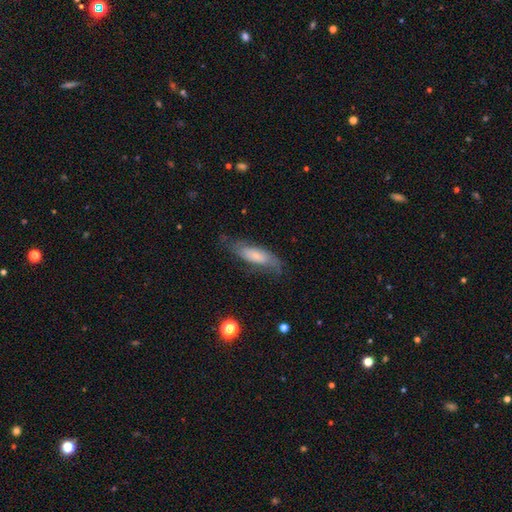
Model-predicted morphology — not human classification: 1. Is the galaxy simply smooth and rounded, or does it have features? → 48% smooth, 44% featured or disk, 8% star or artifact.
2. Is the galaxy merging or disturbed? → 61% none, 25% minor disturbance, 13% major disturbance, 2% merger.